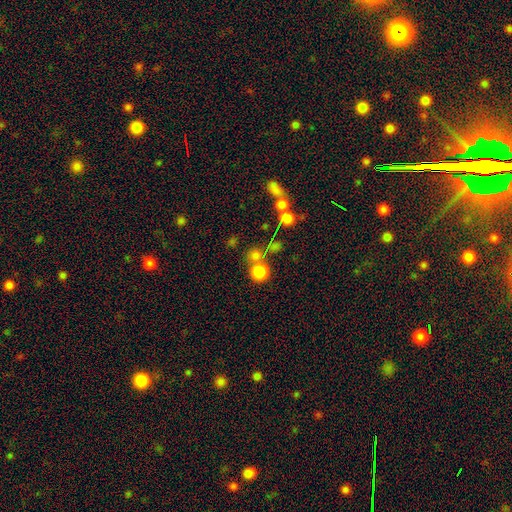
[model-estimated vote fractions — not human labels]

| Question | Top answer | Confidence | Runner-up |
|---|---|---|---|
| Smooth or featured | smooth | 76% | star or artifact (15%) |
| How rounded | round | 89% | in between (10%) |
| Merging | none | 60% | merger (27%) |